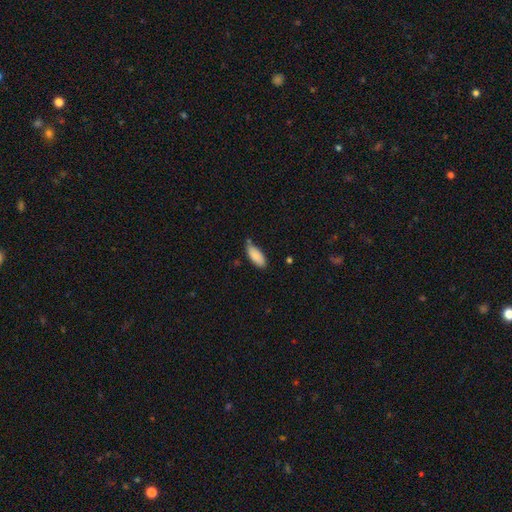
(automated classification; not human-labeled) Smooth or featured? Predicted: smooth (p=0.87). How rounded? Predicted: in between (p=0.81). Merging? Predicted: none (p=0.62).